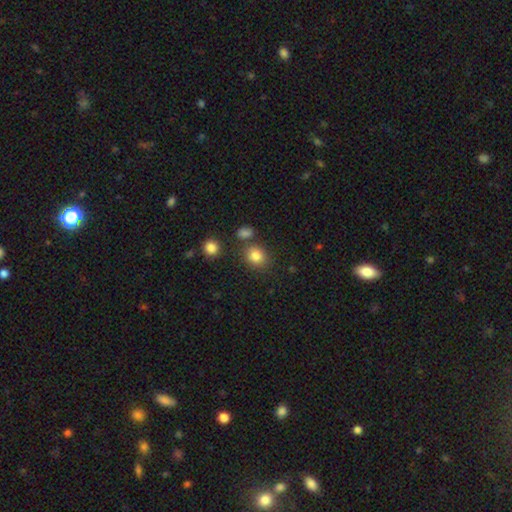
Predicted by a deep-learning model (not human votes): smooth_or_featured: smooth (p=0.83) [alt: star or artifact p=0.11]
how_rounded: round (p=0.71) [alt: in between p=0.28]
merging: none (p=0.75) [alt: minor disturbance p=0.10]